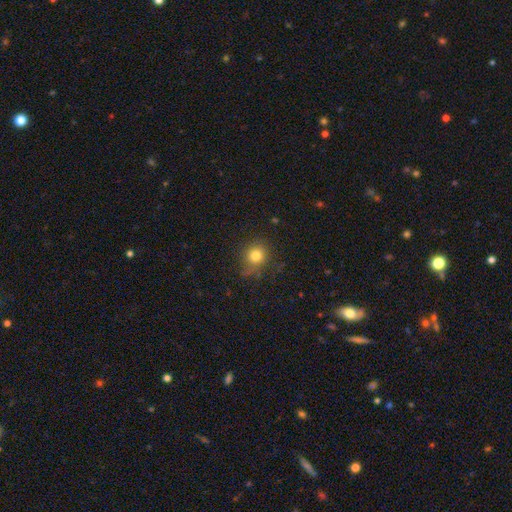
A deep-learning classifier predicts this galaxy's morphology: Smooth or featured: smooth — 79% (star or artifact — 13%)
How rounded: round — 85% (in between — 14%)
Merging: none — 78% (minor disturbance — 16%)